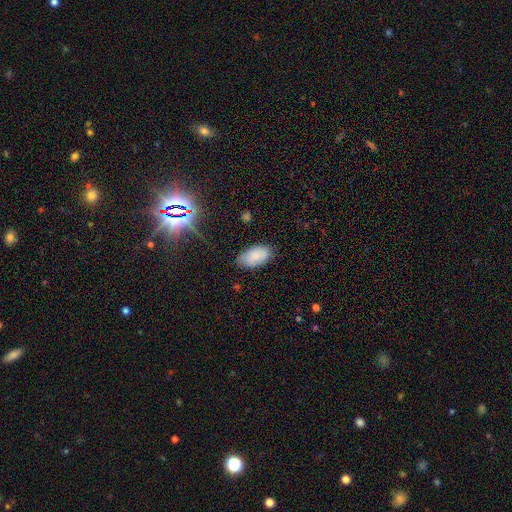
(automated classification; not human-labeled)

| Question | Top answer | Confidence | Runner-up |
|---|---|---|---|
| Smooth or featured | smooth | 81% | featured or disk (10%) |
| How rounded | in between | 95% | round (3%) |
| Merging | none | 77% | minor disturbance (18%) |